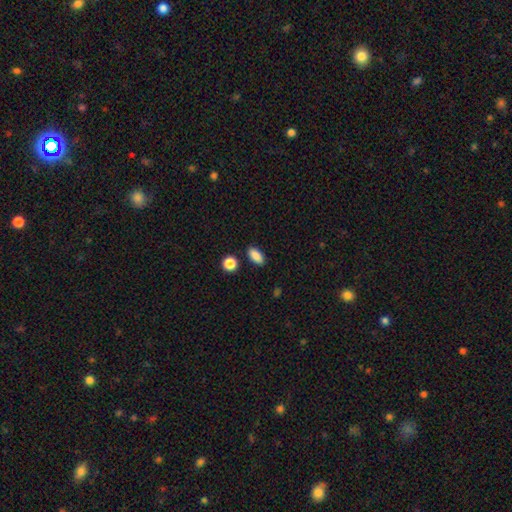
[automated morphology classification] The model was most divided on "merging": none: 87%, minor disturbance: 8%, merger: 3%, major disturbance: 2%. More confident: smooth or featured — smooth (88%); how rounded — in between (87%).